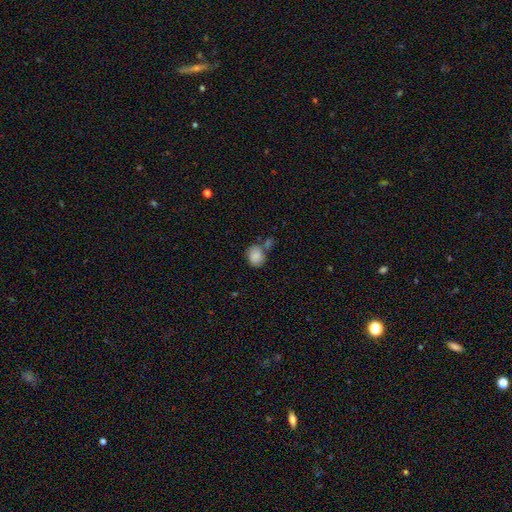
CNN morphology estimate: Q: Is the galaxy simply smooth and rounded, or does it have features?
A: smooth — 85%.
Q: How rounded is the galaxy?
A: round — 52%.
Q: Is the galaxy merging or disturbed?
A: none — 44%.